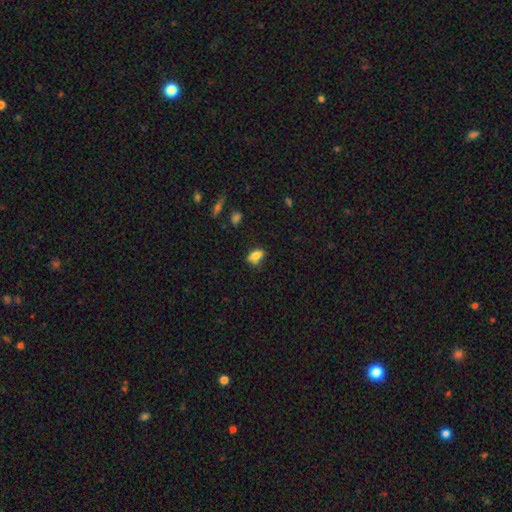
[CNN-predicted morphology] smooth 80%, featured or disk 11%, star or artifact 10%. Down the decision tree: how rounded — in between (83%); merging — none (62%).